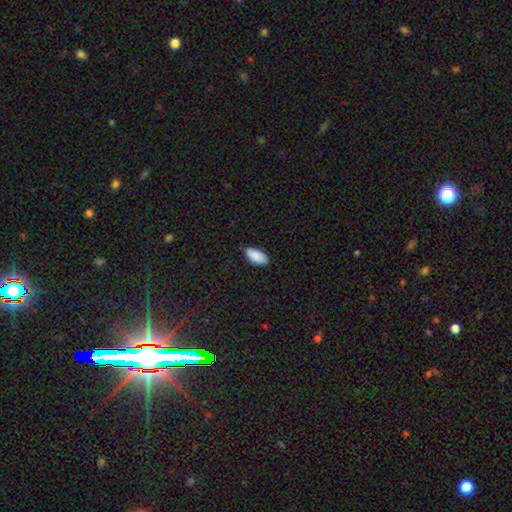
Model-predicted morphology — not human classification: This is clearly a smooth galaxy (90%). How rounded: clearly in between (94%). Merging: likely none (80%).